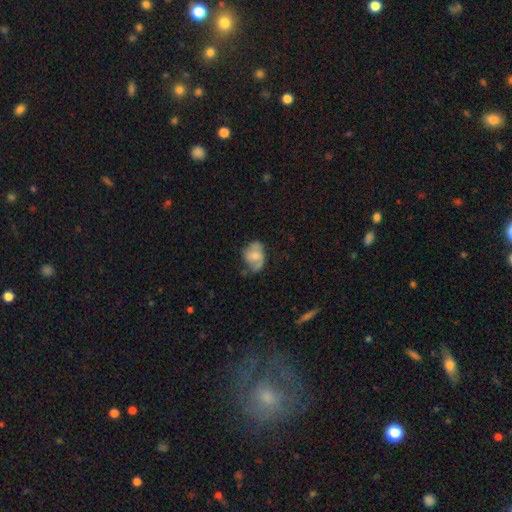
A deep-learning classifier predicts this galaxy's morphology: A featured or disk galaxy (50%). Merging: none (41%).